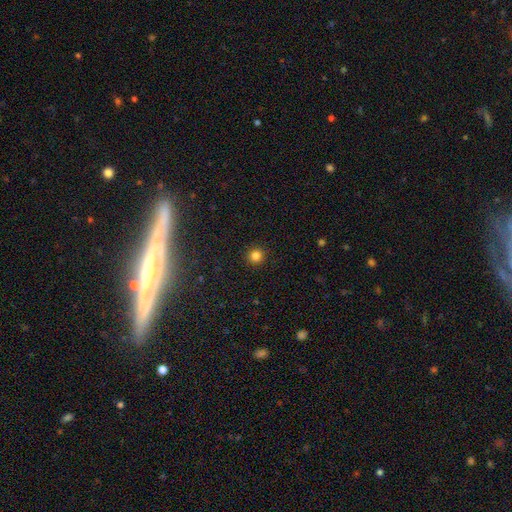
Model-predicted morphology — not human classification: Smooth or featured? Predicted: smooth (p=0.82). How rounded? Predicted: round (p=0.95). Merging? Predicted: none (p=0.93).